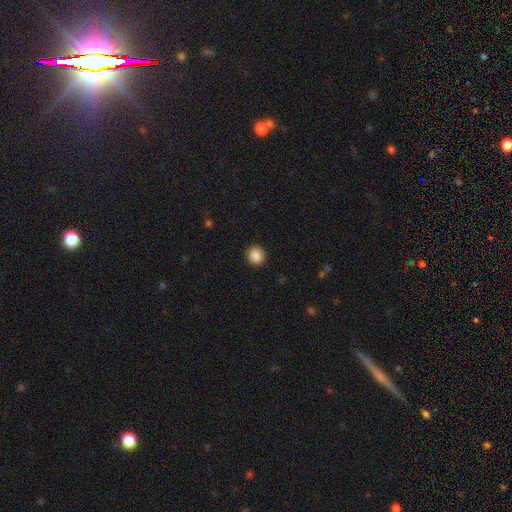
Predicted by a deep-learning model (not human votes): This is clearly a smooth galaxy (88%). How rounded: clearly round (84%). Merging: clearly none (91%).